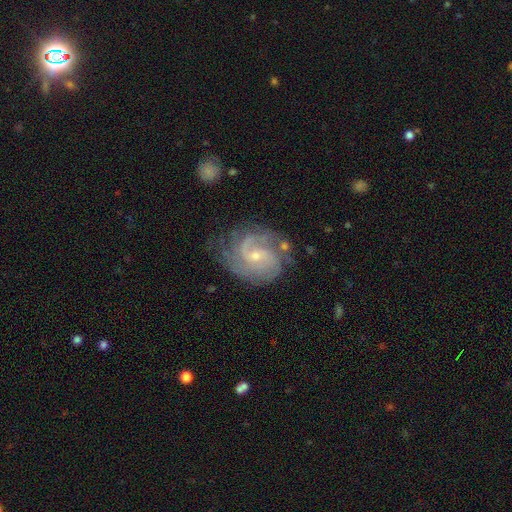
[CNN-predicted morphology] smooth_or_featured: featured or disk (p=0.88) [alt: smooth p=0.07]
disk_edge_on: no (p=0.98) [alt: yes p=0.02]
bar: weak (p=0.46) [alt: no p=0.45]
has_spiral_arms: yes (p=0.97) [alt: no p=0.03]
spiral_winding: medium (p=0.45) [alt: tight p=0.43]
spiral_arm_count: 2 (p=0.46) [alt: 3 p=0.22]
bulge_size: small (p=0.69) [alt: moderate p=0.28]
merging: none (p=0.66) [alt: minor disturbance p=0.21]